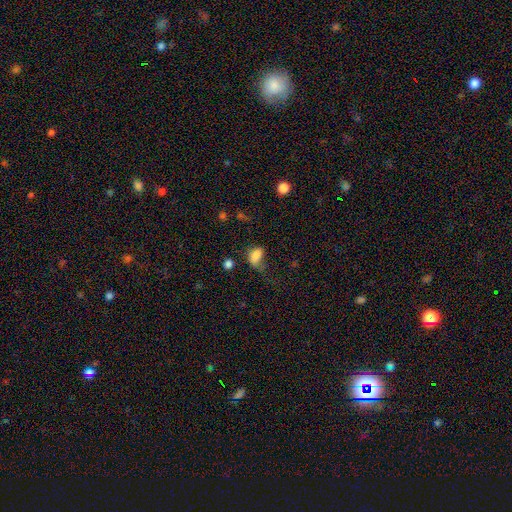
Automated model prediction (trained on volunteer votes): Smooth or featured? smooth (80%)
How rounded? in between (85%)
Merging? none (39%)